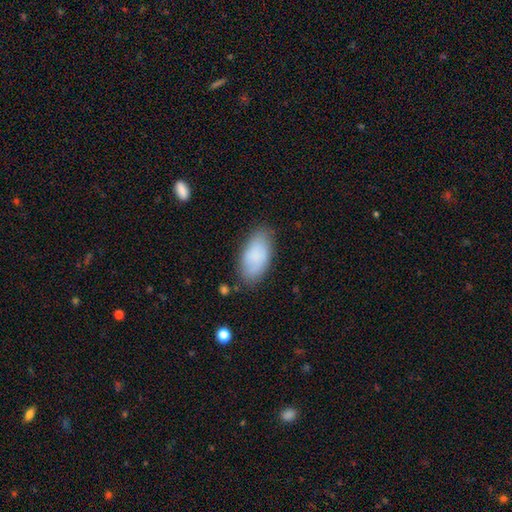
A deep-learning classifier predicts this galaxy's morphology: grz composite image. It shows a smooth galaxy with no disk features (83%) that is in between round and cigar-shaped (93%). Merging: none (78%).